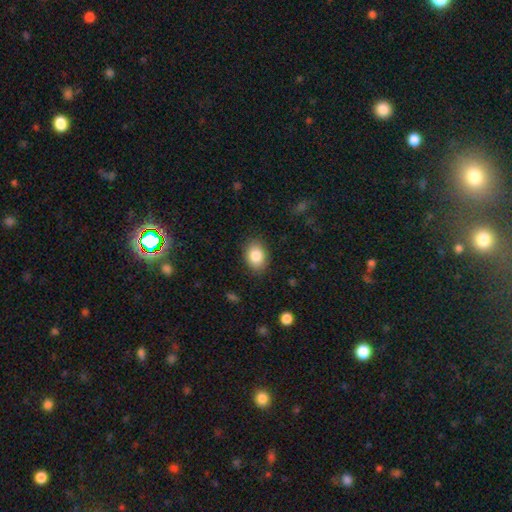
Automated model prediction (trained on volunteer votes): The model was most divided on "how rounded": in between: 73%, round: 26%, cigar-shaped: 1%. More confident: merging — none (86%); smooth or featured — smooth (85%).